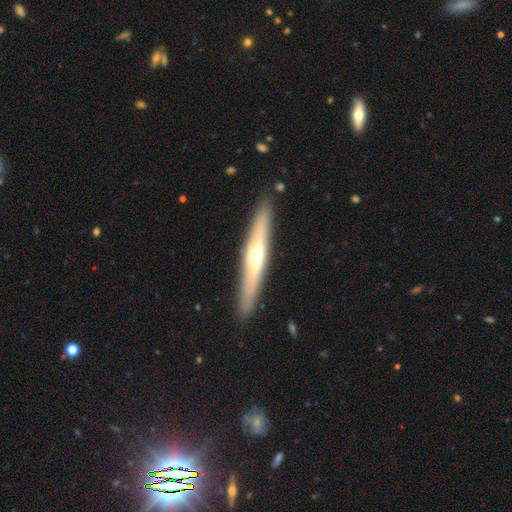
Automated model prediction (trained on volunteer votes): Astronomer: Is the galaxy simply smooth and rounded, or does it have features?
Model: featured or disk — 63%.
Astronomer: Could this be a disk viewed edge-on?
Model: yes — 92%.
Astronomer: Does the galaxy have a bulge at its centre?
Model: rounded — 84%.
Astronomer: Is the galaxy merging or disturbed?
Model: none — 90%.